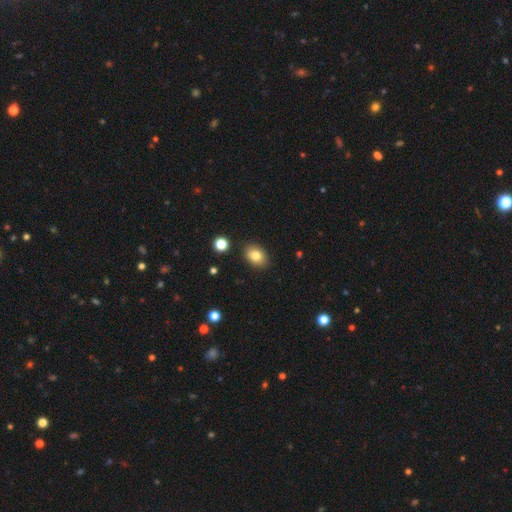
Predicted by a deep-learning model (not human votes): A smooth galaxy with no disk features (81%) that is in between round and cigar-shaped (71%). Merging: none (86%).